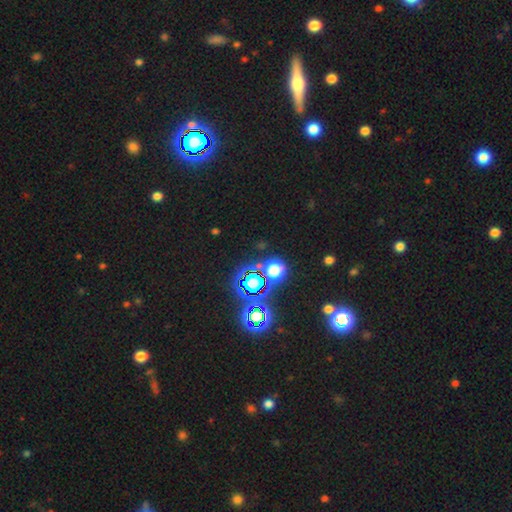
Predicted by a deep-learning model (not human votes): Smooth or featured?
  - star or artifact: 73% *
  - smooth: 18%
  - featured or disk: 9%